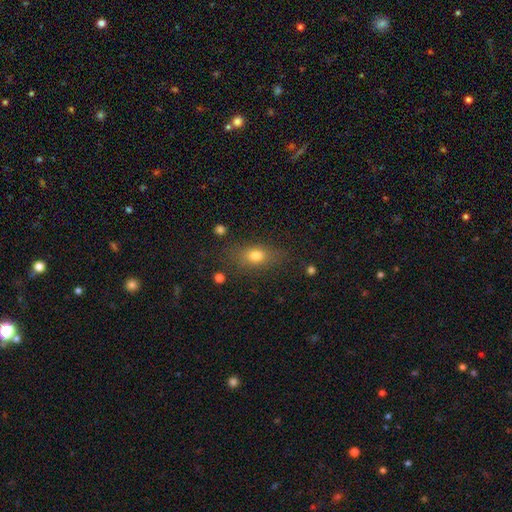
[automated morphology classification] smooth 75%, featured or disk 13%, star or artifact 12%. Down the decision tree: how rounded — in between (69%); merging — none (73%).